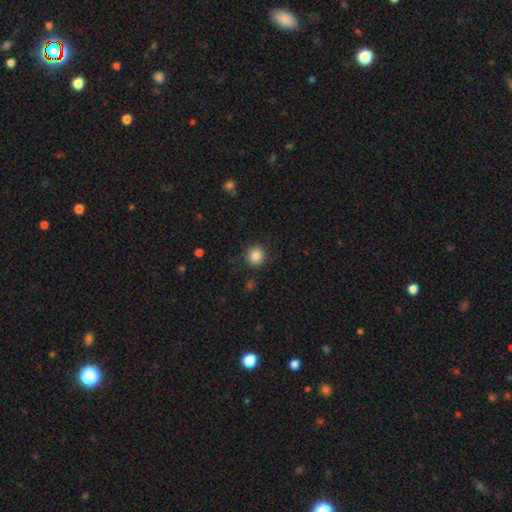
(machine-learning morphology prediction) Q: Smooth or featured?
A: smooth (85%); runner-up: star or artifact (10%)
Q: How rounded?
A: round (90%); runner-up: in between (9%)
Q: Merging?
A: none (87%); runner-up: minor disturbance (9%)